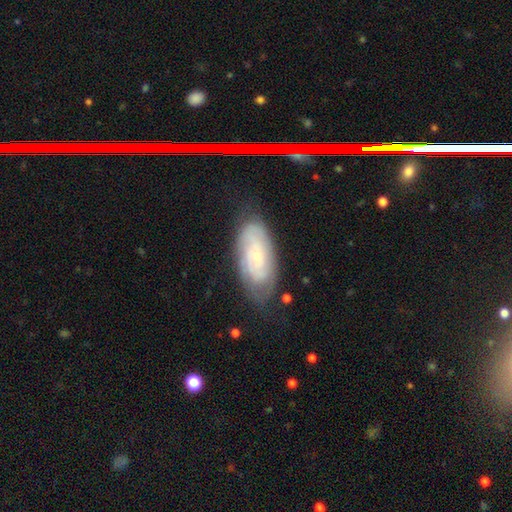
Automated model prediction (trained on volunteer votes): This appears to be a featured or disk galaxy (55%). Merging: none (71%).